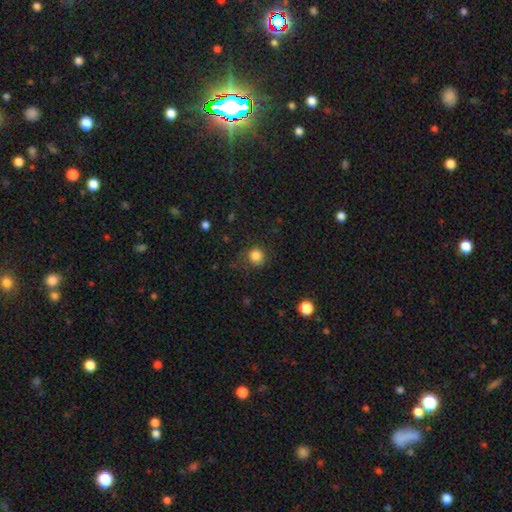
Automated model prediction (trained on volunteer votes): Smooth or featured: smooth — 83% (star or artifact — 12%)
How rounded: round — 89% (in between — 10%)
Merging: none — 80% (minor disturbance — 13%)